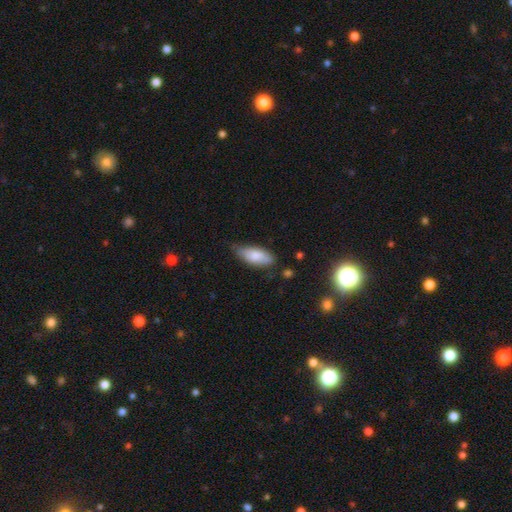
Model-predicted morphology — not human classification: Smooth or featured? smooth (77%)
How rounded? in between (83%)
Merging? none (57%)